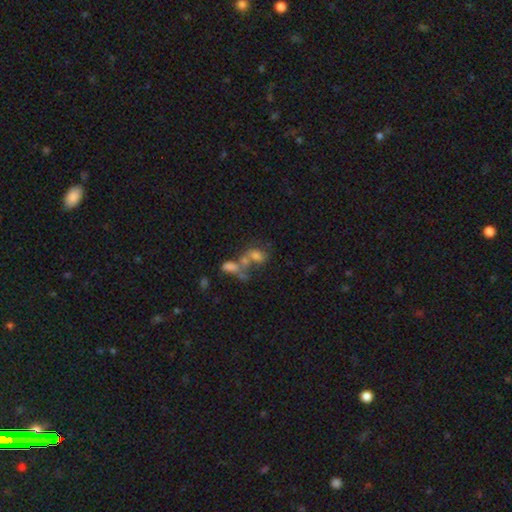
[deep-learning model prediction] Smooth or featured? smooth (58%)
How rounded? in between (77%)
Merging? merger (57%)